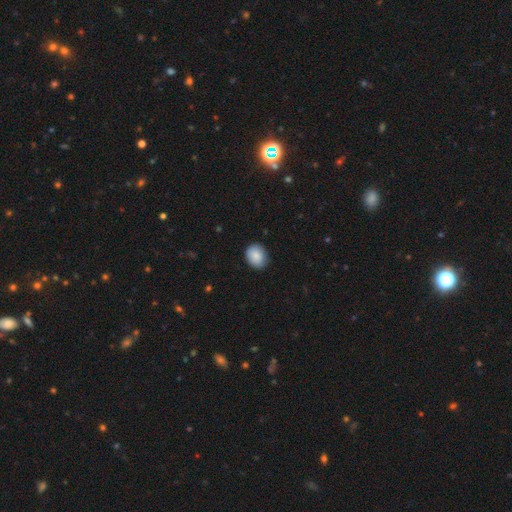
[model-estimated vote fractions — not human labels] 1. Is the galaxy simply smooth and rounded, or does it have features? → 87% smooth, 7% star or artifact, 6% featured or disk.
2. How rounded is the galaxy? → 50% round, 49% in between, 1% cigar-shaped.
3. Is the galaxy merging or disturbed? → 85% none, 12% minor disturbance, 2% major disturbance, 1% merger.